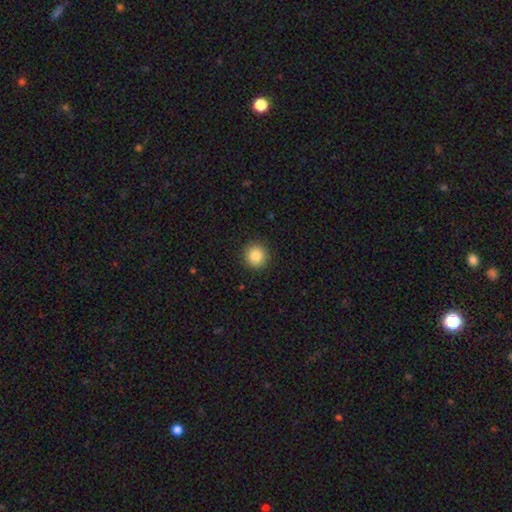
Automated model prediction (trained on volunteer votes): smooth 86%, star or artifact 10%, featured or disk 5%. Down the decision tree: how rounded — round (94%); merging — none (92%).